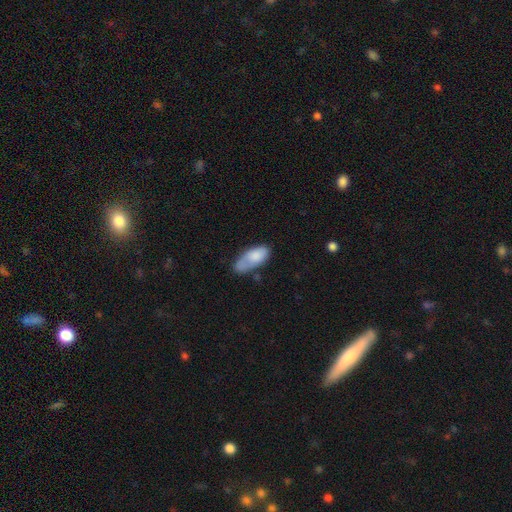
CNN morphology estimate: smooth 77%, featured or disk 16%, star or artifact 7%. Down the decision tree: how rounded — in between (85%); merging — none (43%).